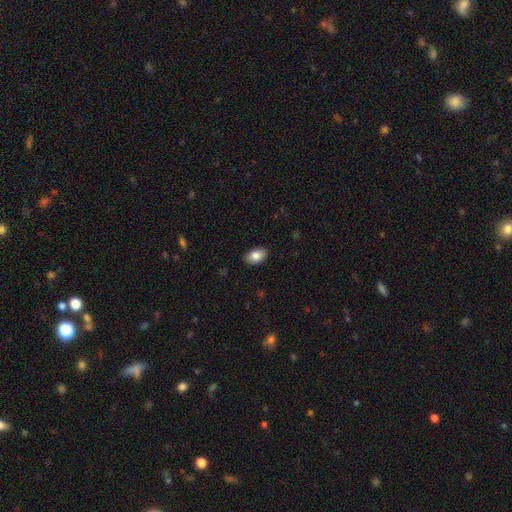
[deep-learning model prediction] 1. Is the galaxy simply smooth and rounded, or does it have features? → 85% smooth, 8% featured or disk, 7% star or artifact.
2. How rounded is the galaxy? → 91% in between, 8% round, 1% cigar-shaped.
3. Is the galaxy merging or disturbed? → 88% none, 9% minor disturbance, 2% major disturbance, 1% merger.